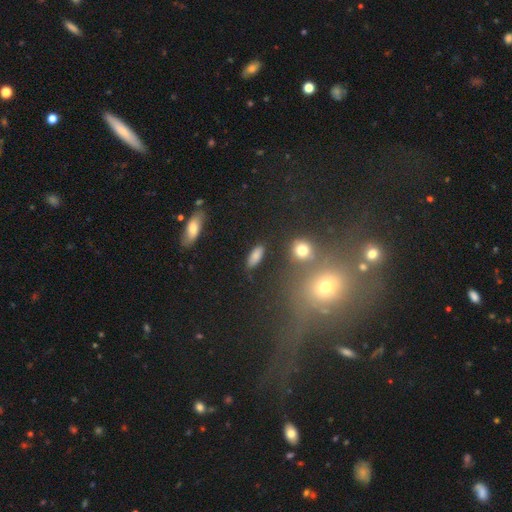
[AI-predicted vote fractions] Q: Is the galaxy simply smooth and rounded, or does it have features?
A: smooth — 81%.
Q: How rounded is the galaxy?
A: in between — 73%.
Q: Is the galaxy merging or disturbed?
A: none — 83%.